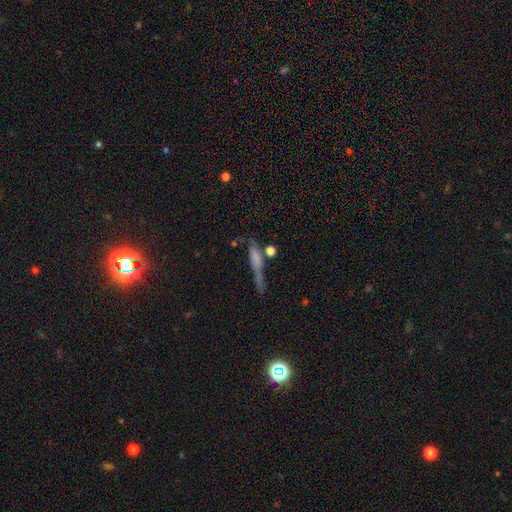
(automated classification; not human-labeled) smooth-or-featured: smooth: 47% | featured or disk: 36% | star or artifact: 16%
  merging: none: 49% | minor disturbance: 23% | major disturbance: 14% | merger: 13%